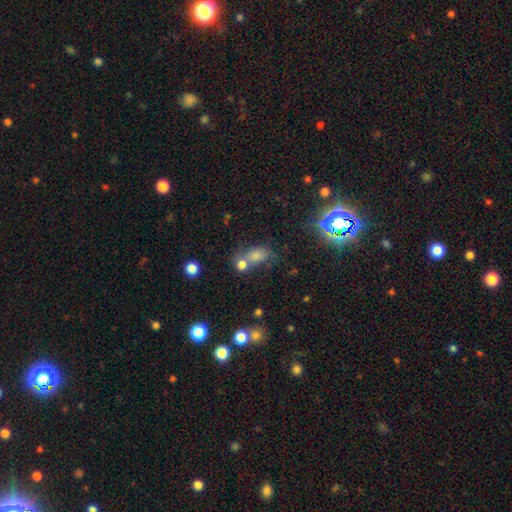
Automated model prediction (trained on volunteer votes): This is possibly a smooth galaxy (58%). How rounded: likely in between (73%). Merging: possibly none (48%).